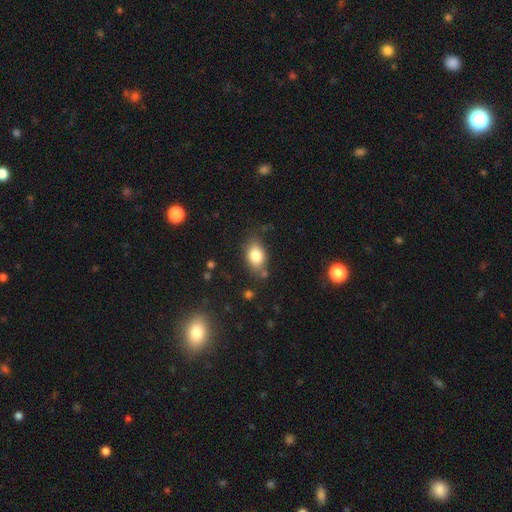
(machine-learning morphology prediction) Smooth or featured?
  - smooth: 81% *
  - featured or disk: 10%
  - star or artifact: 9%
How rounded?
  - in between: 80% *
  - round: 18%
  - cigar-shaped: 2%
Merging?
  - none: 73% *
  - minor disturbance: 17%
  - merger: 5%
  - major disturbance: 5%